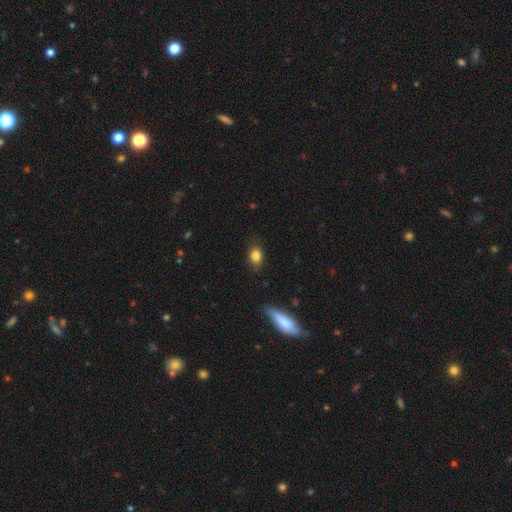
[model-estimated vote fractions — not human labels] Smooth or featured: smooth — 83% (star or artifact — 9%)
How rounded: in between — 68% (round — 28%)
Merging: none — 80% (minor disturbance — 16%)